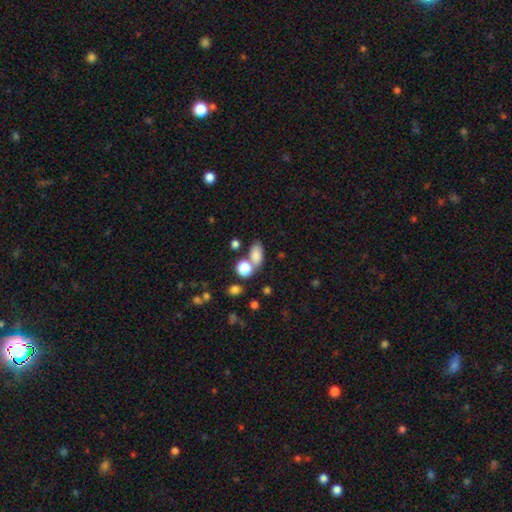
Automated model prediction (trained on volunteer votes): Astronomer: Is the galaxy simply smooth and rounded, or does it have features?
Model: smooth — 81%.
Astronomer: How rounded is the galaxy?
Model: in between — 85%.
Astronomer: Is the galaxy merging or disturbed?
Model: none — 53%.